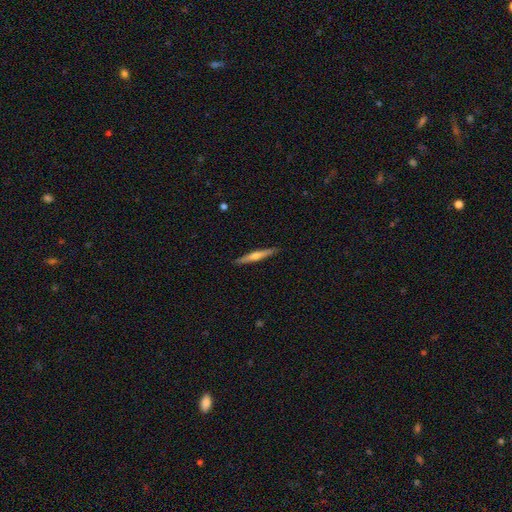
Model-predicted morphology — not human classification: Q: Smooth or featured?
A: featured or disk (53%); runner-up: smooth (42%)
Q: Edge-on disk?
A: yes (97%); runner-up: no (3%)
Q: Edge-on bulge?
A: rounded (73%); runner-up: none (20%)
Q: Merging?
A: none (91%); runner-up: minor disturbance (7%)